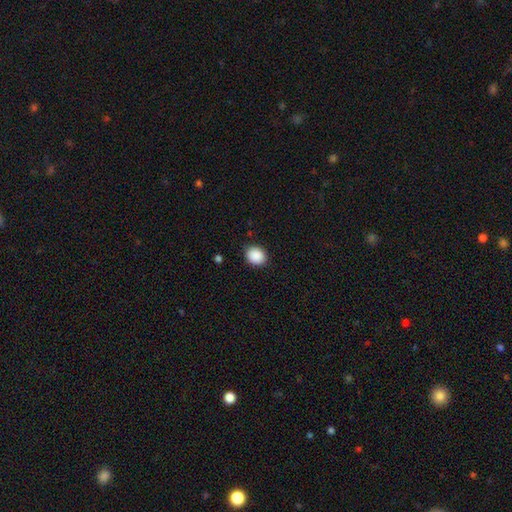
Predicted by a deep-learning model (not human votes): This appears to be a smooth galaxy with no disk features (90%) that is round (56%). Merging: none (88%).